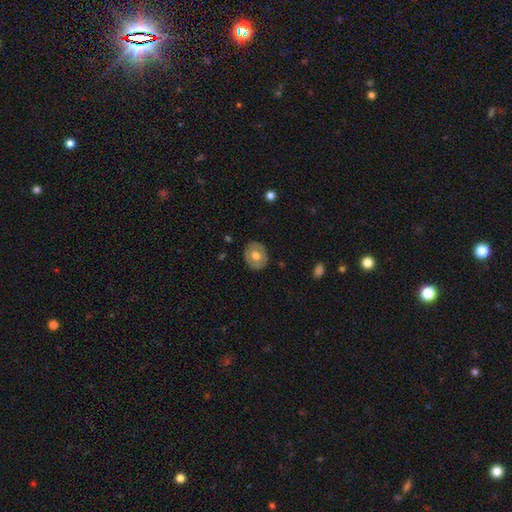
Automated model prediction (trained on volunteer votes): This appears to be a smooth galaxy with no disk features (61%) that is round (75%). Merging: none (86%).